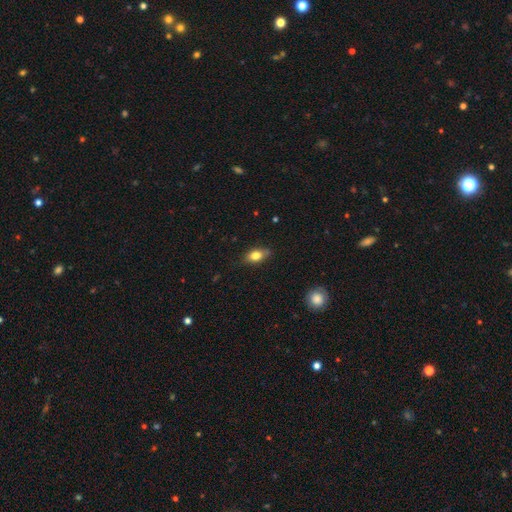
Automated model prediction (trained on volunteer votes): Morphology: type=smooth (77%); roundness=in between (82%); merging=none (75%).